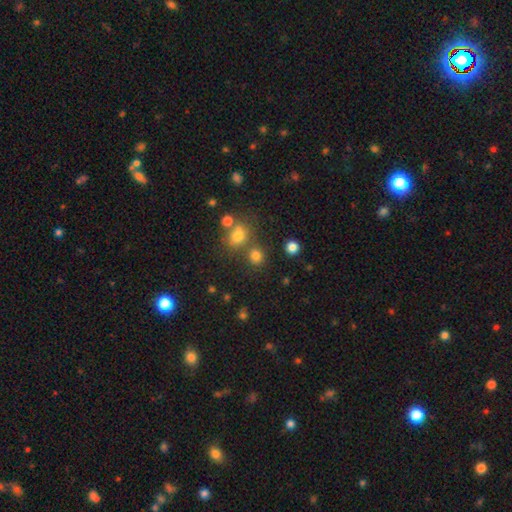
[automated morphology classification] type=smooth (76%); roundness=round (78%); merging=none (67%).